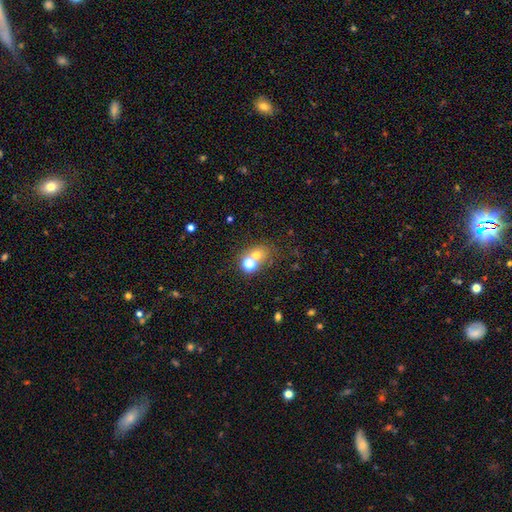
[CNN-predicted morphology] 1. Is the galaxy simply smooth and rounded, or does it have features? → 63% smooth, 23% star or artifact, 15% featured or disk.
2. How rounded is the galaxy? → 64% round, 35% in between, 1% cigar-shaped.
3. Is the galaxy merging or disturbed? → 46% none, 40% merger, 8% minor disturbance, 5% major disturbance.